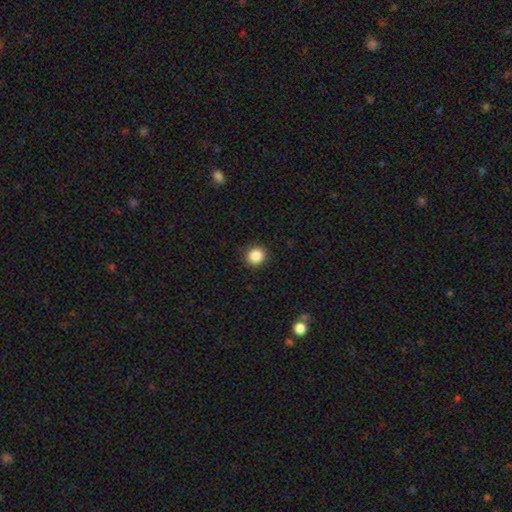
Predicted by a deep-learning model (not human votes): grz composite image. It shows a smooth galaxy with no disk features (87%) that is round (86%). Merging: none (91%).